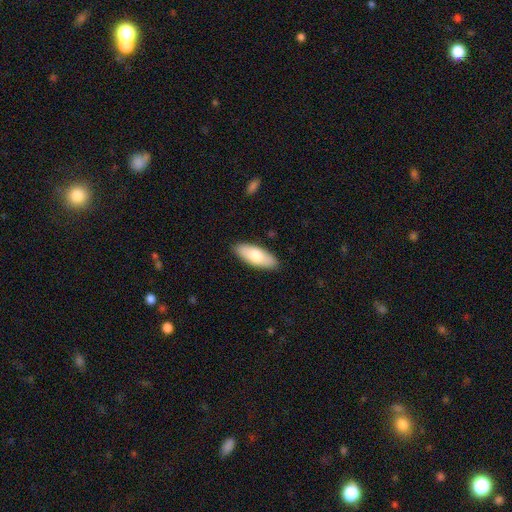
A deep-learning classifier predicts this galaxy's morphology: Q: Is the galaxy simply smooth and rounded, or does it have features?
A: smooth — 73%.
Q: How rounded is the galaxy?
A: in between — 78%.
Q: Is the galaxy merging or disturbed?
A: none — 89%.